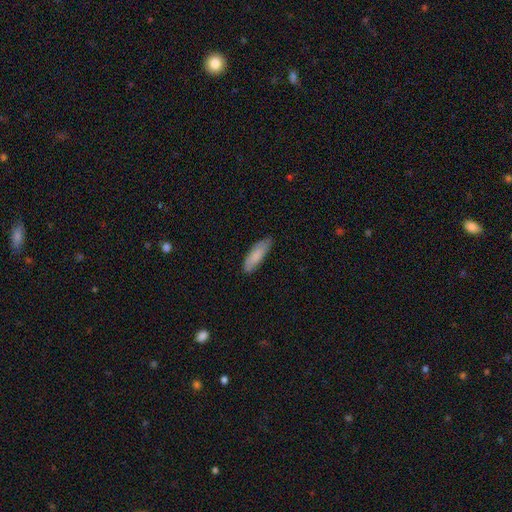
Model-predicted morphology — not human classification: Smooth or featured? Predicted: smooth (p=0.82). How rounded? Predicted: in between (p=0.53). Merging? Predicted: none (p=0.78).